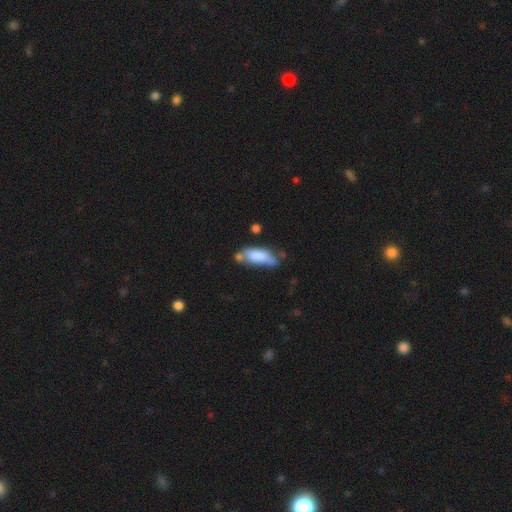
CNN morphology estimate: A smooth galaxy with no disk features (75%) that is in between round and cigar-shaped (65%). Merging: none (40%).